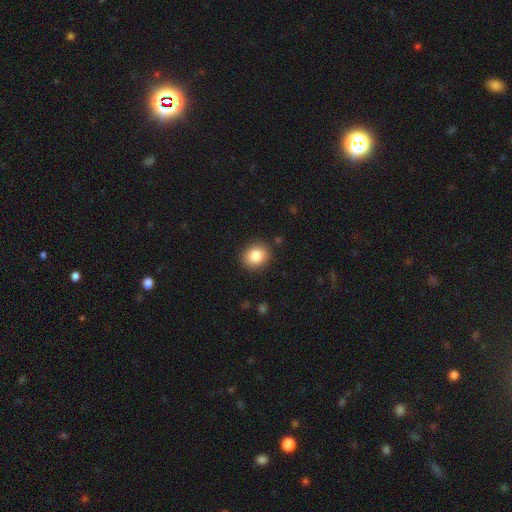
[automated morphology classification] This is clearly a smooth galaxy (85%). How rounded: likely round (70%). Merging: clearly none (89%).